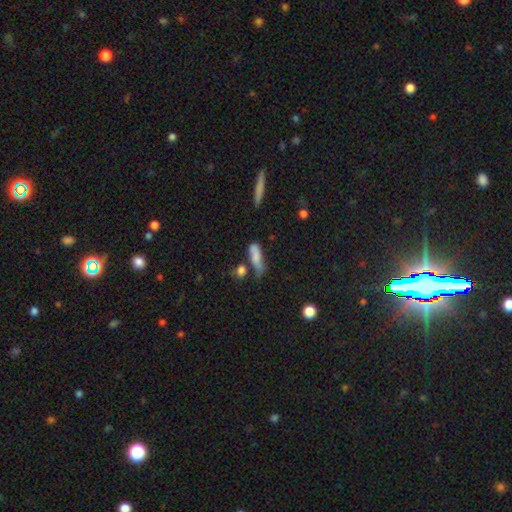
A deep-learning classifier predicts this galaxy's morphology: Smooth or featured? Predicted: smooth (p=0.75). How rounded? Predicted: in between (p=0.50). Merging? Predicted: none (p=0.35).